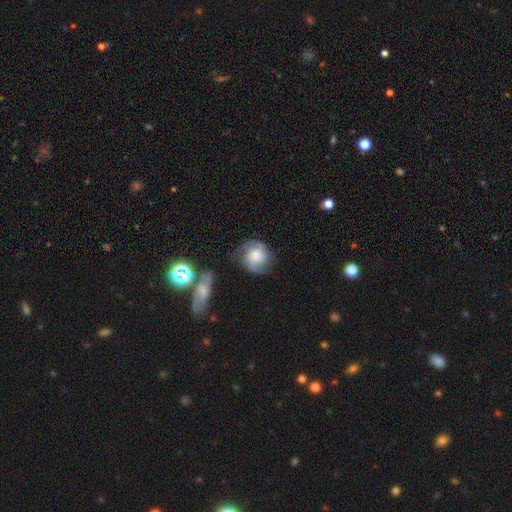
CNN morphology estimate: smooth_or_featured: featured or disk (p=0.61) [alt: smooth p=0.31]
disk_edge_on: no (p=0.97) [alt: yes p=0.03]
bar: no (p=0.65) [alt: weak p=0.29]
has_spiral_arms: yes (p=0.91) [alt: no p=0.09]
spiral_winding: medium (p=0.45) [alt: tight p=0.37]
spiral_arm_count: 2 (p=0.75) [alt: can't tell p=0.12]
bulge_size: moderate (p=0.31) [tied with: large p=0.31]
merging: none (p=0.62) [alt: minor disturbance p=0.22]